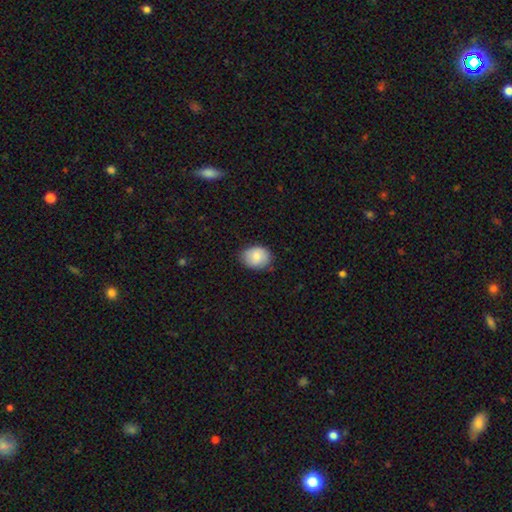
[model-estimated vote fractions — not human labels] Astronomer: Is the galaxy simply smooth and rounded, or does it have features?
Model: smooth — 79%.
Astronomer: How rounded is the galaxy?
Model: in between — 51% (runner-up: round, 48%).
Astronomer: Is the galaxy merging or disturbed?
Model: none — 77%.